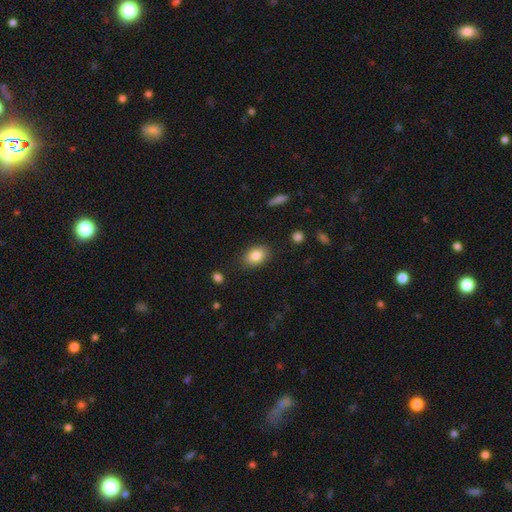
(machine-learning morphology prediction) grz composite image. It shows a smooth galaxy with no disk features (84%) that is in between round and cigar-shaped (82%). Merging: none (85%).